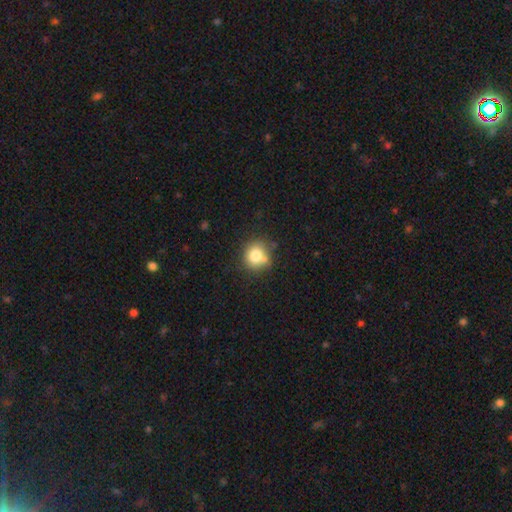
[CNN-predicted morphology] Overall: smooth (78%). How rounded: round (84%). Merging: none (64%).